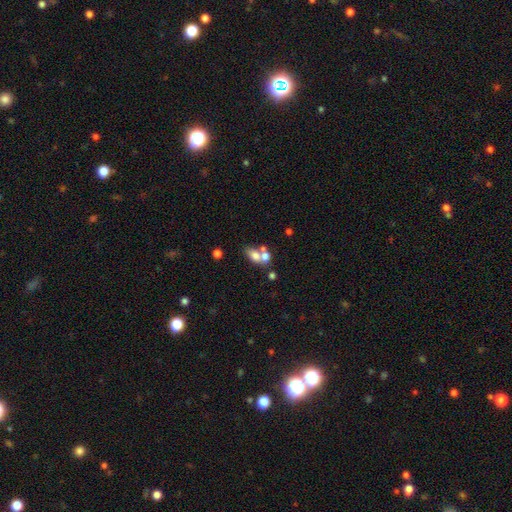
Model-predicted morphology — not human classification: Smooth or featured: smooth — 67% (featured or disk — 21%)
How rounded: in between — 74% (round — 23%)
Merging: merger — 53% (none — 31%)